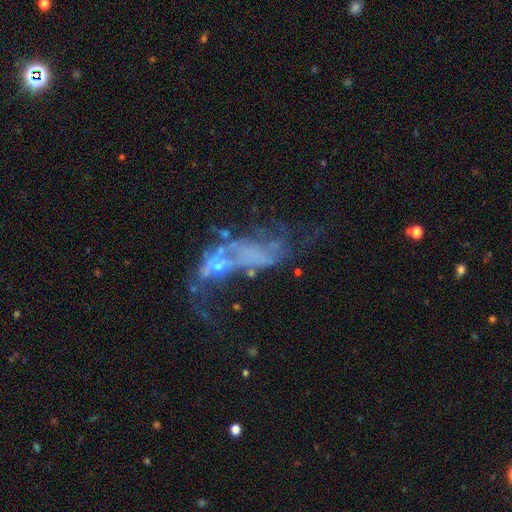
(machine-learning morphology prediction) type=featured or disk (63%); edge-on=no (94%); bar=no (85%); spiral arms=no (82%); bulge=none (63%); merging=major disturbance (39%).